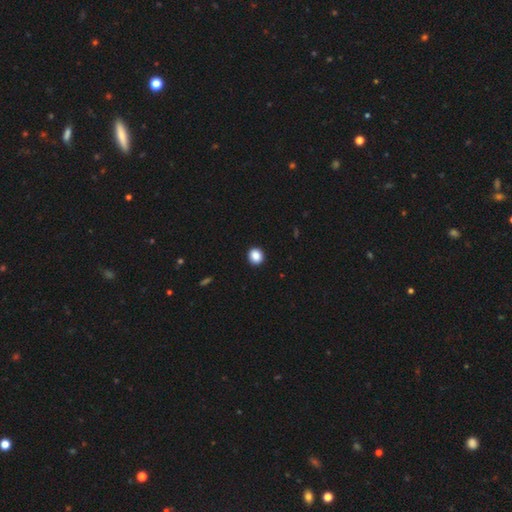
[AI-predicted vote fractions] Q: Smooth or featured?
A: smooth (88%); runner-up: star or artifact (9%)
Q: How rounded?
A: round (81%); runner-up: in between (18%)
Q: Merging?
A: none (92%); runner-up: minor disturbance (5%)